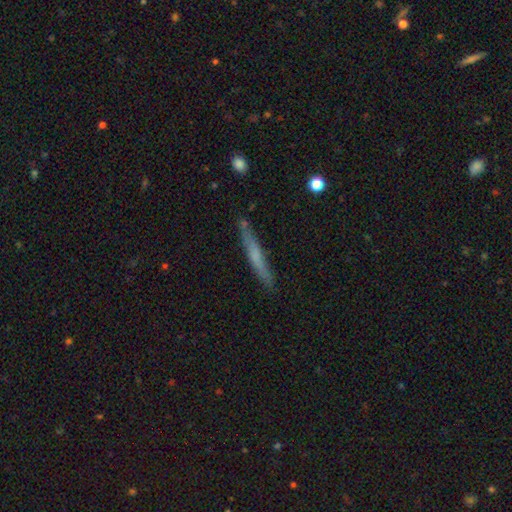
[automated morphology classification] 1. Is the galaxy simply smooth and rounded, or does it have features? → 54% smooth, 40% featured or disk, 6% star or artifact.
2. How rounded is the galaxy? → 95% cigar-shaped, 3% in between, 1% round.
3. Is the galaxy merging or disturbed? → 85% none, 11% minor disturbance, 2% major disturbance, 2% merger.